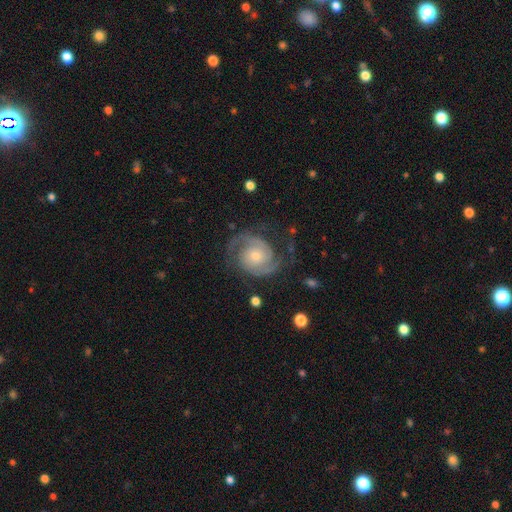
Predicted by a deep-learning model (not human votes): Morphology: type=featured or disk (90%); edge-on=no (98%); bar=no (72%); spiral arms=yes (98%); winding=medium (47%); arm count=2 (90%); bulge=small (53%); merging=none (75%).